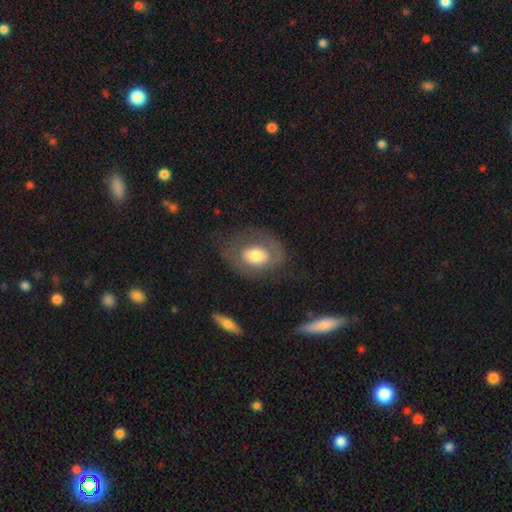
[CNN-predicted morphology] Smooth or featured? featured or disk (48%)
Merging? none (62%)